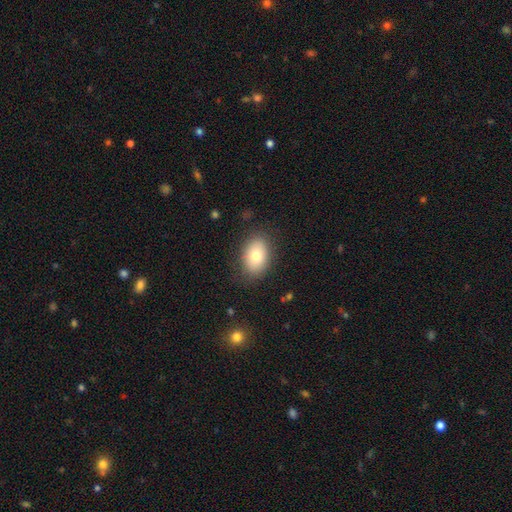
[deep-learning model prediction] This is likely a smooth galaxy (78%). How rounded: likely in between (79%). Merging: clearly none (82%).